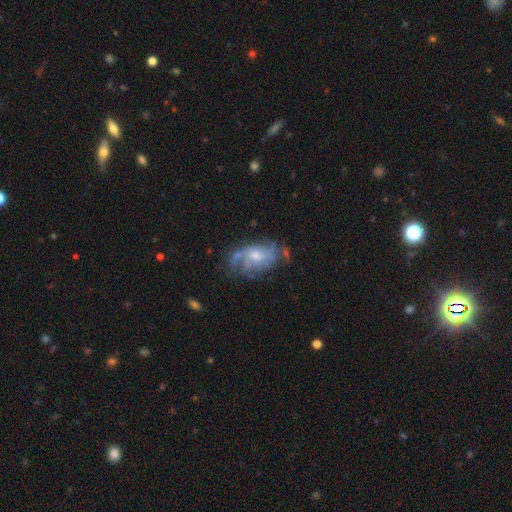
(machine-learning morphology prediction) smooth-or-featured: featured or disk: 72% | smooth: 20% | star or artifact: 8%
  disk-edge-on: no: 95% | yes: 5%
    bar: no: 70% | weak: 26% | strong: 4%
    has-spiral-arms: yes: 79% | no: 21%
      spiral-winding: medium: 40% | tight: 34% | loose: 27%
      spiral-arm-count: can't tell: 43% | 2: 24% | 3: 15% | 1: 7% | 4: 6% | more than 4: 4%
    bulge-size: moderate: 51% | small: 39% | large: 5% | none: 4% | dominant: 1%
  merging: none: 51% | minor disturbance: 25% | major disturbance: 20% | merger: 4%